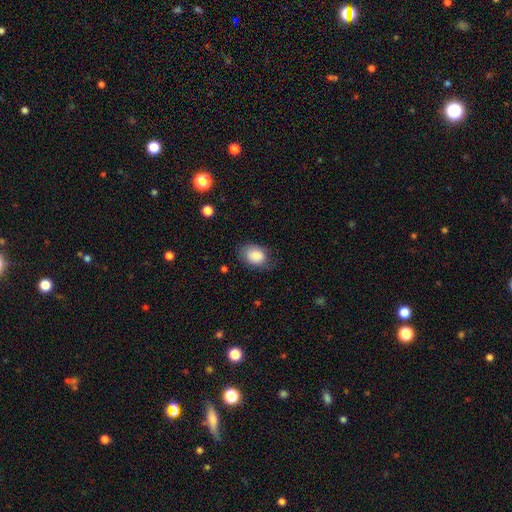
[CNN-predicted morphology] Overall: smooth (86%). How rounded: in between (77%). Merging: none (68%).